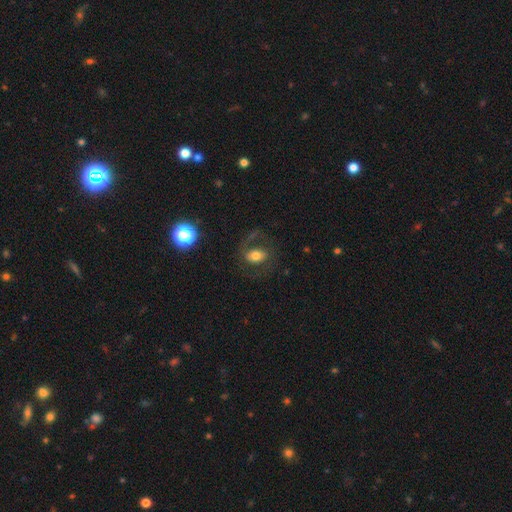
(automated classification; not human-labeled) Smooth or featured?
  - featured or disk: 52% *
  - smooth: 37%
  - star or artifact: 10%
Edge-on disk?
  - no: 95% *
  - yes: 5%
Merging?
  - none: 65% *
  - major disturbance: 19%
  - minor disturbance: 15%
  - merger: 2%